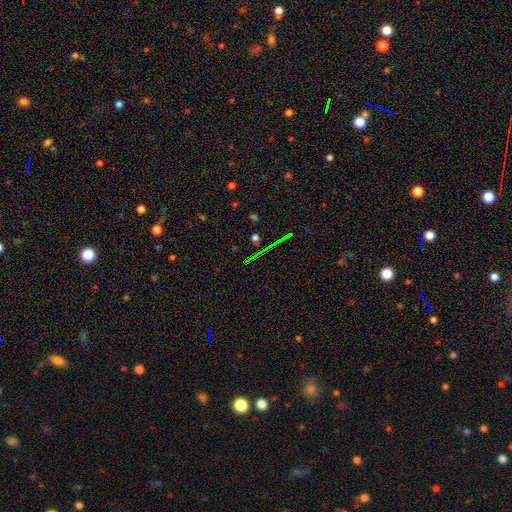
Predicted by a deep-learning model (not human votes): The model was most divided on "smooth or featured": star or artifact: 74%, smooth: 14%, featured or disk: 13%.